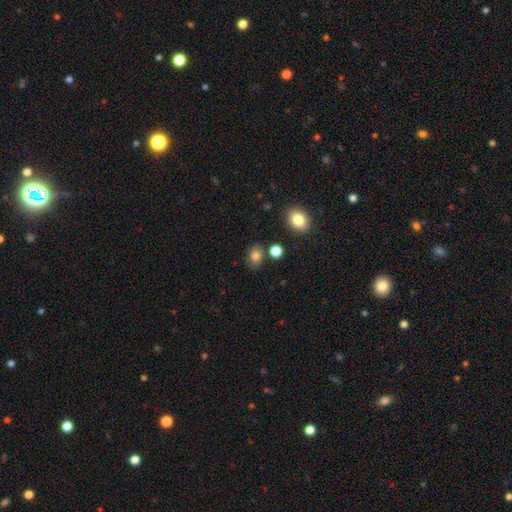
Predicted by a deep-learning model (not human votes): Smooth or featured: smooth — 82% (star or artifact — 12%)
How rounded: in between — 51% (round — 48%)
Merging: none — 78% (minor disturbance — 13%)